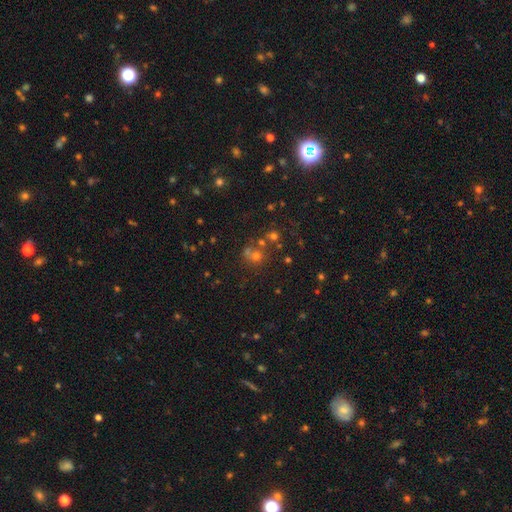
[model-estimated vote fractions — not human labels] smooth 52%, star or artifact 34%, featured or disk 13%. Down the decision tree: how rounded — round (85%); merging — none (55%).